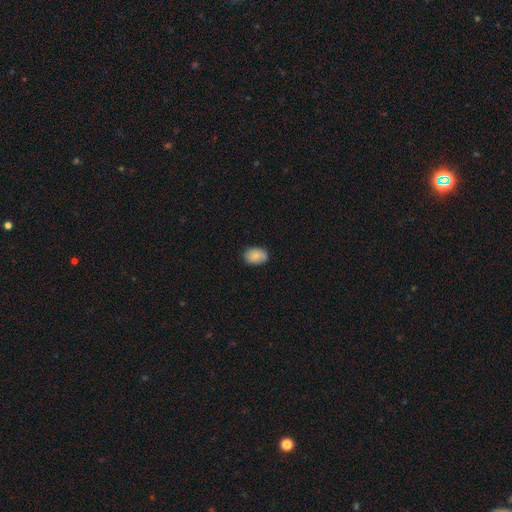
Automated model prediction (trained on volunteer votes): smooth 82%, featured or disk 11%, star or artifact 7%. Down the decision tree: how rounded — in between (73%); merging — none (79%).